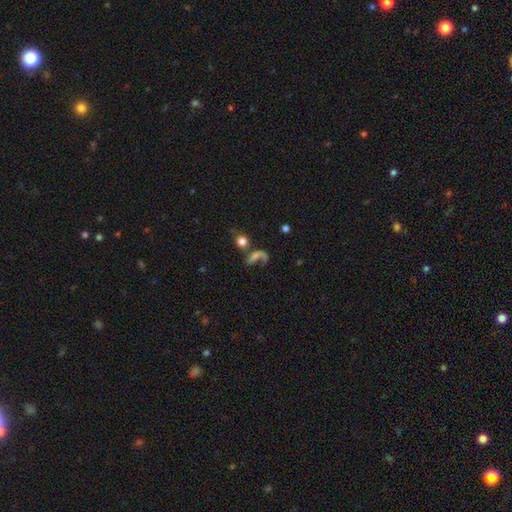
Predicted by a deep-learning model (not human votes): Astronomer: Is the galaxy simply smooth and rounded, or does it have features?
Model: featured or disk — 42% (runner-up: smooth, 40%).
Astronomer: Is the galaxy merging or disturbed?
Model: none — 32%, tied with major disturbance at 32%.